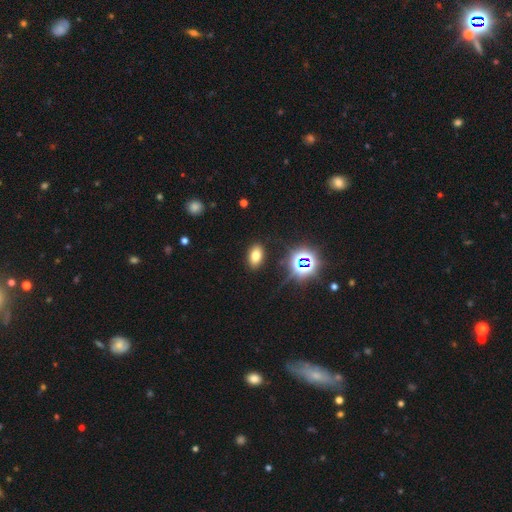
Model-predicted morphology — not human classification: The model was most divided on "smooth or featured": smooth: 69%, star or artifact: 22%, featured or disk: 9%. More confident: how rounded — in between (88%); merging — none (87%).